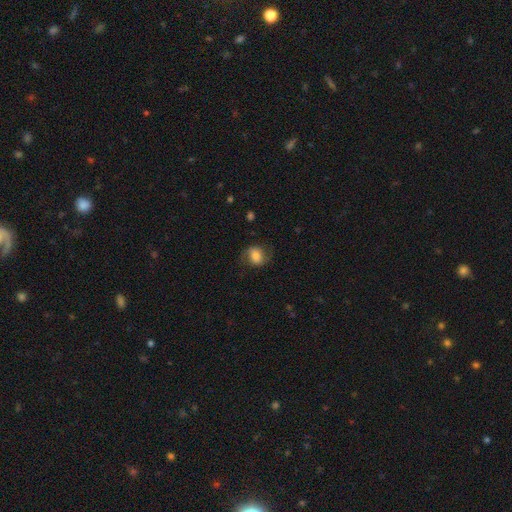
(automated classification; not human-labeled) Q: Smooth or featured?
A: smooth (56%); runner-up: featured or disk (35%)
Q: How rounded?
A: round (54%); runner-up: in between (45%)
Q: Merging?
A: none (69%); runner-up: minor disturbance (19%)